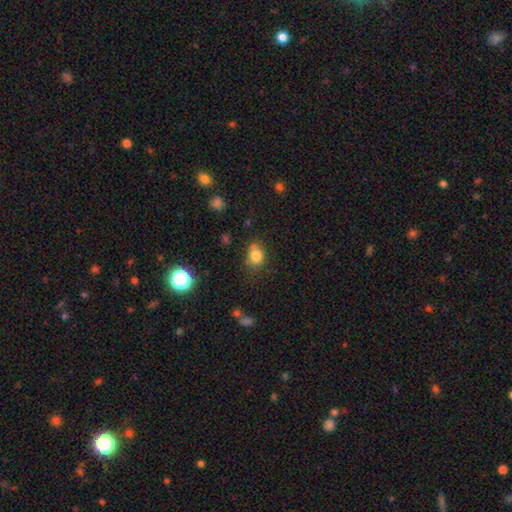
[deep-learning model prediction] A smooth galaxy with no disk features (80%) that is in between round and cigar-shaped (53%).

Vote fractions:
- Smooth or featured? smooth: 80% / star or artifact: 12% / featured or disk: 7%
- How rounded? in between: 53% / round: 46% / cigar-shaped: 1%
- Merging? none: 59% / minor disturbance: 25% / major disturbance: 9% / merger: 7%